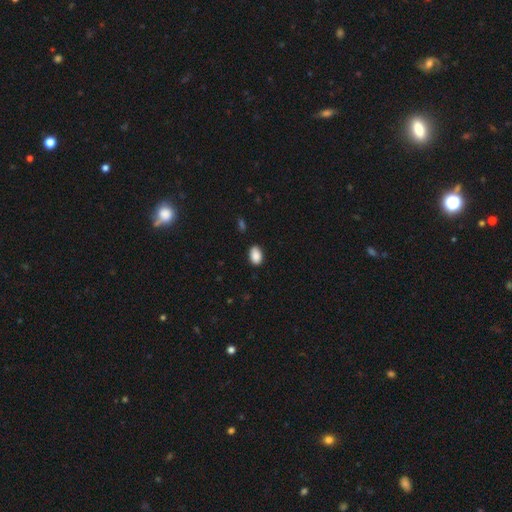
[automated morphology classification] smooth_or_featured: smooth (p=0.89) [alt: star or artifact p=0.08]
how_rounded: in between (p=0.89) [alt: round p=0.10]
merging: none (p=0.84) [alt: minor disturbance p=0.13]